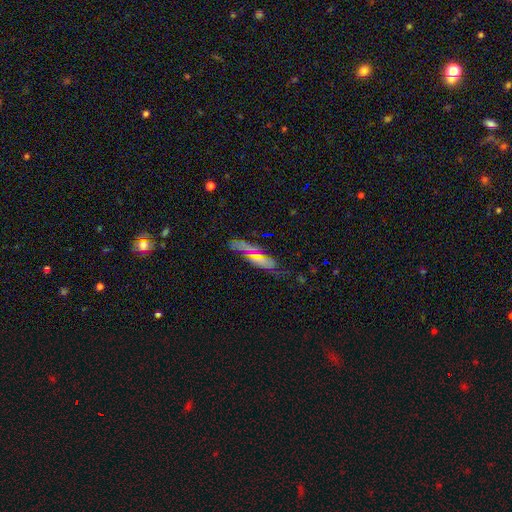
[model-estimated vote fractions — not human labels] Q: Smooth or featured?
A: smooth (57%); runner-up: featured or disk (22%)
Q: How rounded?
A: in between (59%); runner-up: cigar-shaped (36%)
Q: Merging?
A: none (73%); runner-up: minor disturbance (19%)